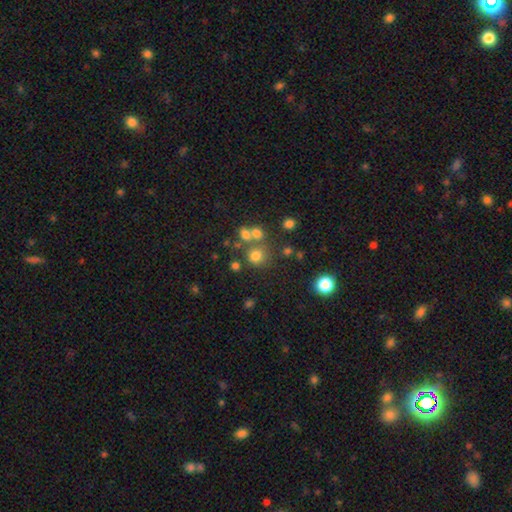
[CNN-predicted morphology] The model was most divided on "merging": none: 64%, merger: 22%, minor disturbance: 9%, major disturbance: 5%. More confident: how rounded — round (89%); smooth or featured — smooth (71%).